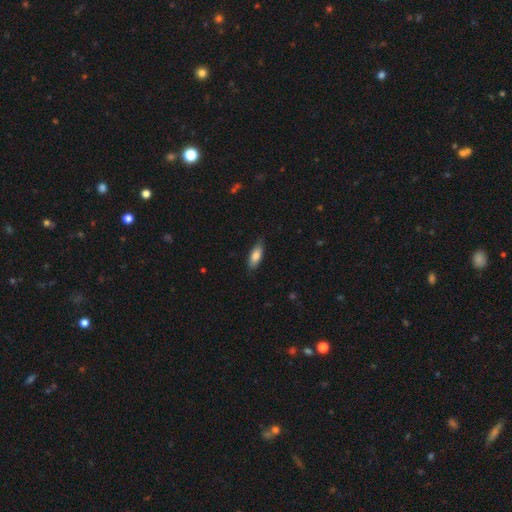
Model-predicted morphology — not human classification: The model was most divided on "how rounded": in between: 70%, cigar-shaped: 27%, round: 2%. More confident: smooth or featured — smooth (81%); merging — none (81%).